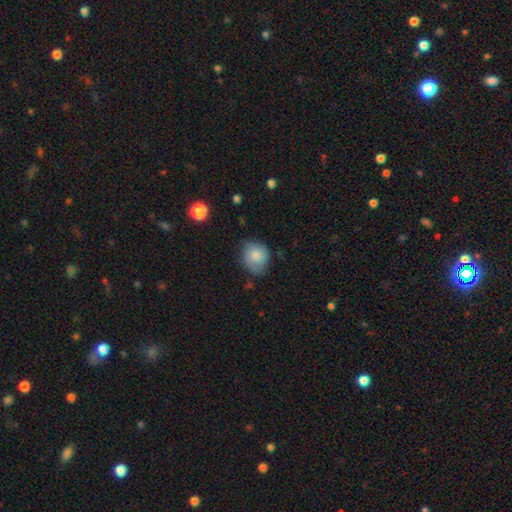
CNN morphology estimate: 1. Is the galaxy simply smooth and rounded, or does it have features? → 72% smooth, 20% featured or disk, 8% star or artifact.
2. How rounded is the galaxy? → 57% round, 42% in between, 1% cigar-shaped.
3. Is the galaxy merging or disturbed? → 64% none, 28% minor disturbance, 7% major disturbance, 2% merger.